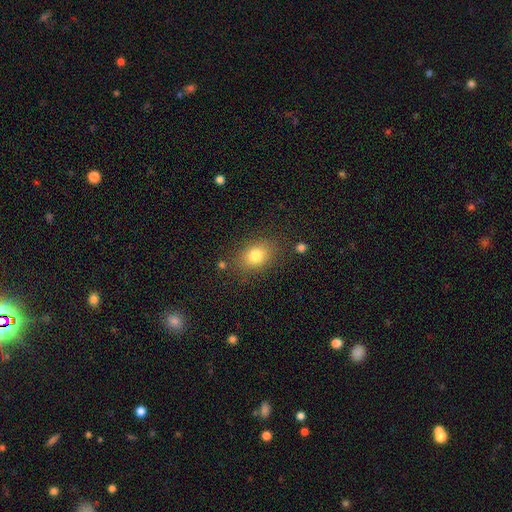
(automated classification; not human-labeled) A smooth galaxy with no disk features (79%) that is in between round and cigar-shaped (67%). Merging: none (81%).